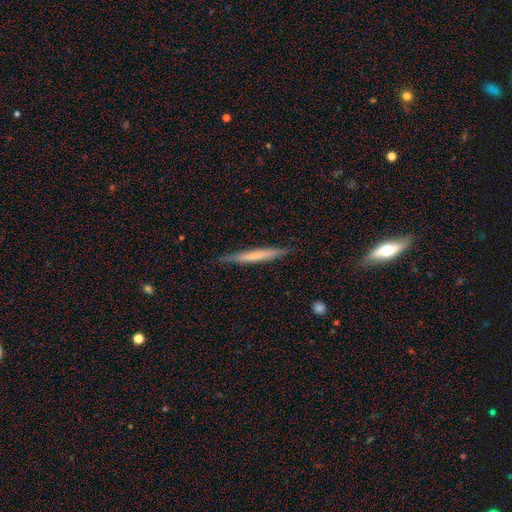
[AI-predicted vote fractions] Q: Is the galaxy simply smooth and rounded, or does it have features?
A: smooth — 55%.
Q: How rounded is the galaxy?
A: cigar-shaped — 96%.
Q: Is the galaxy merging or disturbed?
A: none — 87%.